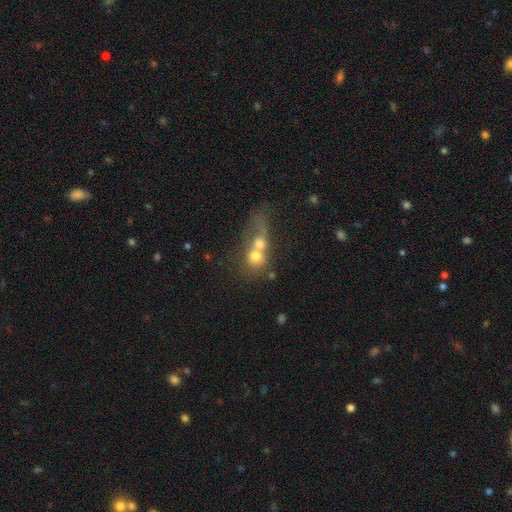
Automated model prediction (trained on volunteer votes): Smooth or featured: smooth — 62% (featured or disk — 27%)
How rounded: round — 68% (in between — 29%)
Merging: merger — 77% (none — 11%)